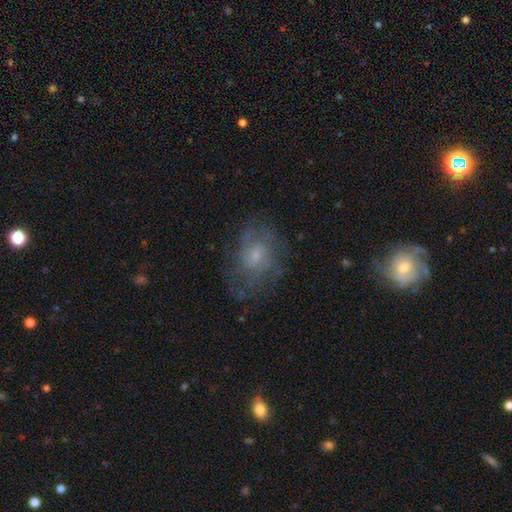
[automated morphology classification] smooth_or_featured: featured or disk (p=0.53) [alt: smooth p=0.35]
disk_edge_on: no (p=0.97) [alt: yes p=0.03]
bar: no (p=0.64) [alt: weak p=0.32]
has_spiral_arms: yes (p=0.64) [alt: no p=0.36]
bulge_size: small (p=0.63) [alt: moderate p=0.24]
merging: none (p=0.62) [alt: minor disturbance p=0.20]